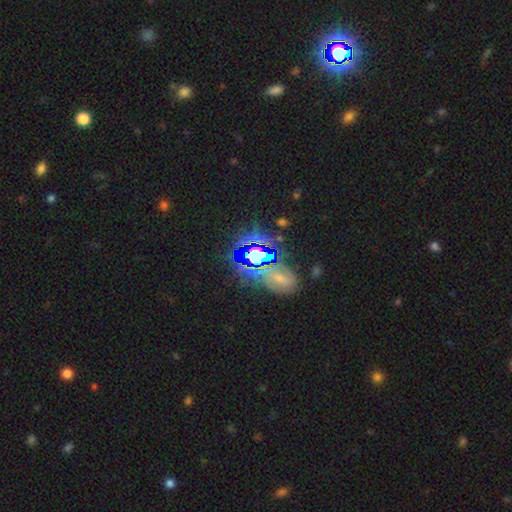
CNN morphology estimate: Overall: star or artifact (70%).